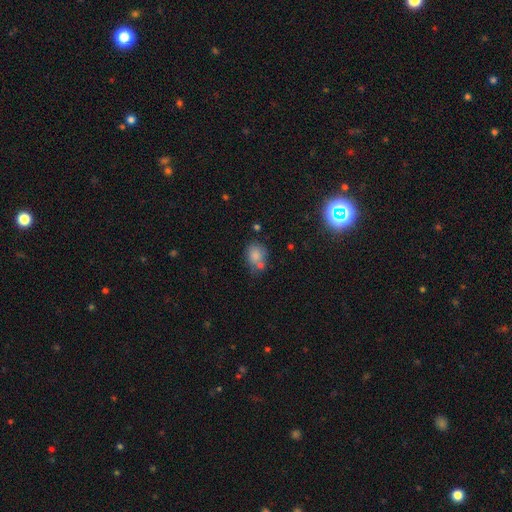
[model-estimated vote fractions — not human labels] This appears to be a smooth galaxy with no disk features (80%) that is round (52%). Merging: none (51%).